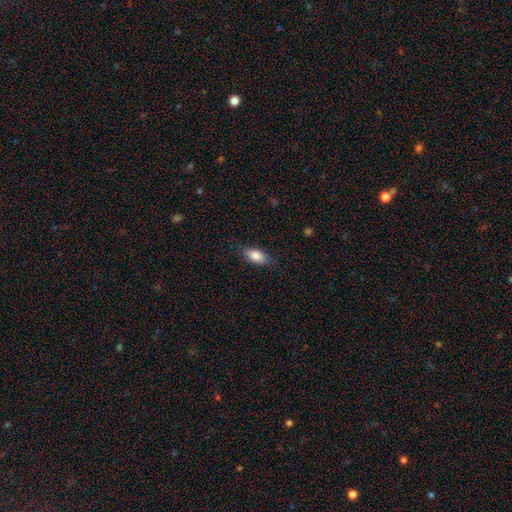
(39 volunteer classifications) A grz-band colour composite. It shows a smooth galaxy with no disk features (87%) that is in between round and cigar-shaped (91%). Merging: none (61%).